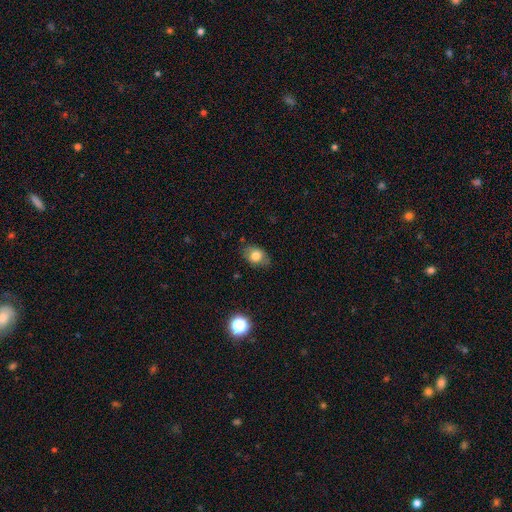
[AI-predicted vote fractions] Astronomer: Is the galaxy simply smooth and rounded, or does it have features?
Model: smooth — 76%.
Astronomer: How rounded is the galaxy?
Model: in between — 75%.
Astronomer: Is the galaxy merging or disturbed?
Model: none — 77%.